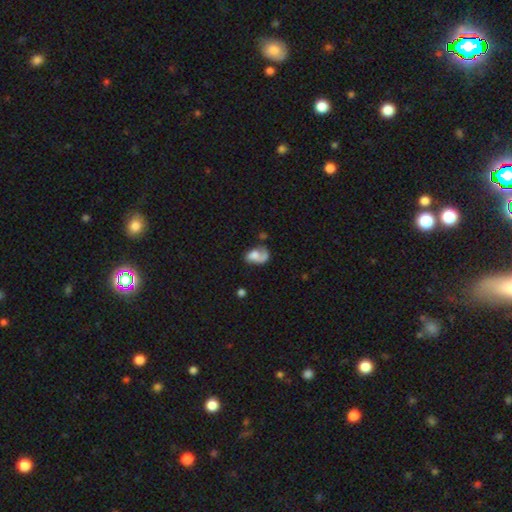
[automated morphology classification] A smooth galaxy with no disk features (47%).

Vote fractions:
- Smooth or featured? smooth: 47% / featured or disk: 44% / star or artifact: 9%
- Merging? none: 32% / major disturbance: 31% / minor disturbance: 21% / merger: 16%